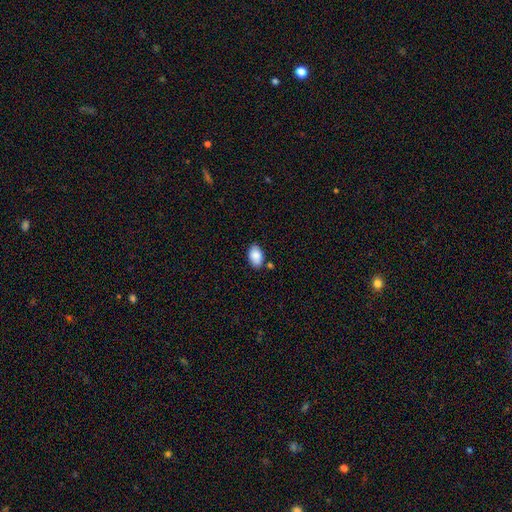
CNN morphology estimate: smooth-or-featured: smooth: 88% | star or artifact: 7% | featured or disk: 5%
  how-rounded: in between: 92% | round: 7% | cigar-shaped: 1%
  merging: none: 79% | minor disturbance: 14% | merger: 5% | major disturbance: 3%